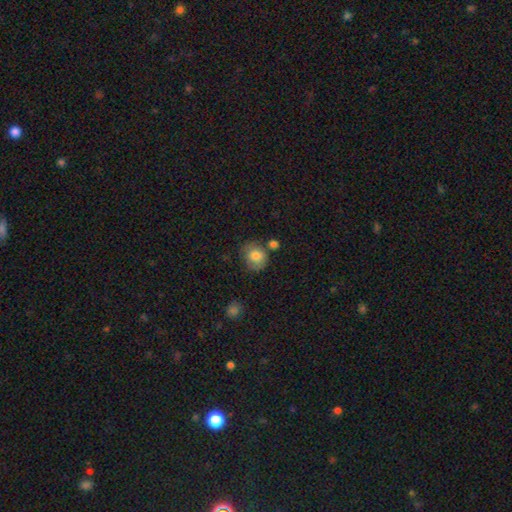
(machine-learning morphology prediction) The model was most divided on "how rounded": round: 66%, in between: 34%, cigar-shaped: 1%. More confident: smooth or featured — smooth (79%); merging — none (61%).